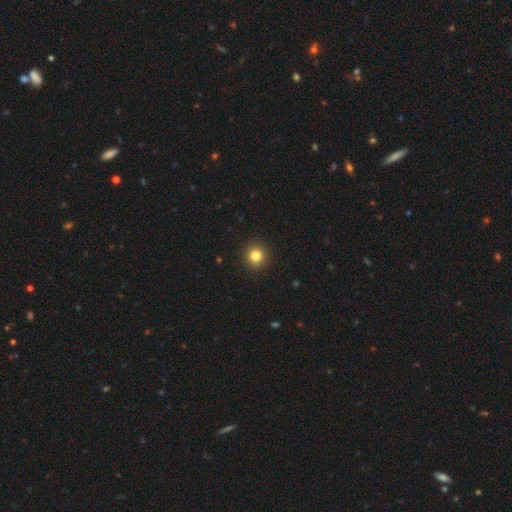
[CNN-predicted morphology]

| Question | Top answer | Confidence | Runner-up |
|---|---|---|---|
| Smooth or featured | smooth | 82% | star or artifact (12%) |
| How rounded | round | 92% | in between (7%) |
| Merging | none | 92% | minor disturbance (5%) |